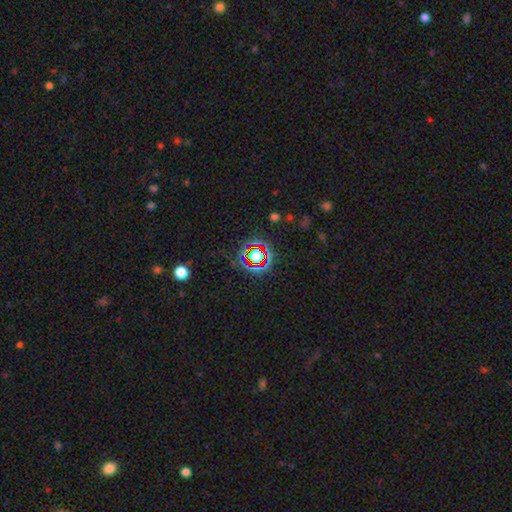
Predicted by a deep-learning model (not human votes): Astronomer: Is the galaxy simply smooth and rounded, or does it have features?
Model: star or artifact — 72%.